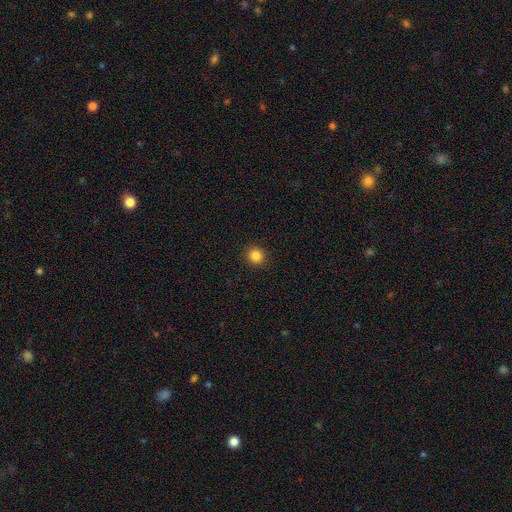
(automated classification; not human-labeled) smooth 85%, star or artifact 11%, featured or disk 4%. Down the decision tree: how rounded — round (92%); merging — none (92%).